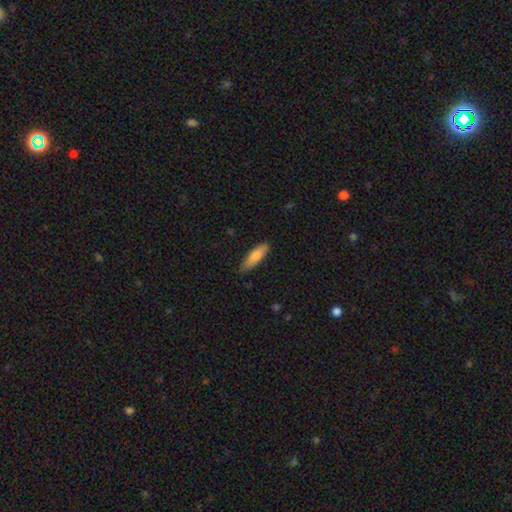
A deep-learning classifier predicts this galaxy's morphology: A smooth galaxy with no disk features (77%) that is cigar-shaped (57%). Merging: none (82%).